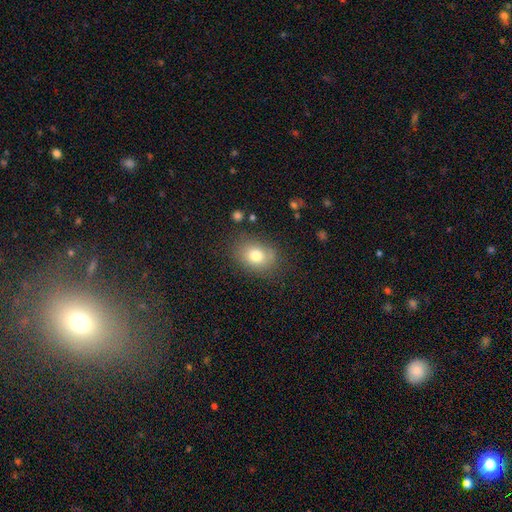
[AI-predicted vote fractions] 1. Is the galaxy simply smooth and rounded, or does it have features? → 76% smooth, 13% featured or disk, 10% star or artifact.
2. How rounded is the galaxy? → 65% in between, 34% round, 1% cigar-shaped.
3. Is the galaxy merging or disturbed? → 75% none, 17% minor disturbance, 6% major disturbance, 2% merger.